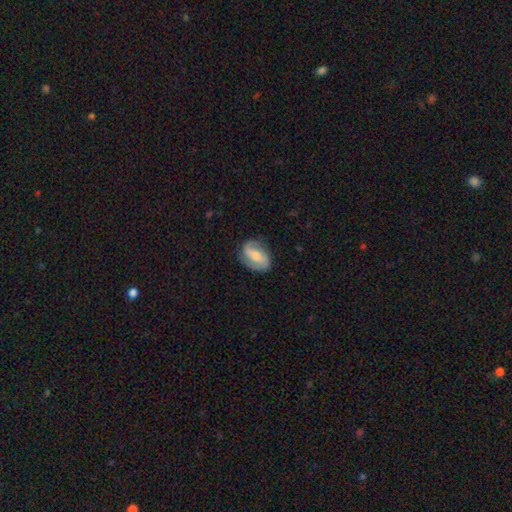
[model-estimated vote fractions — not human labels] Smooth or featured?
  - featured or disk: 70% *
  - smooth: 25%
  - star or artifact: 6%
Edge-on disk?
  - no: 96% *
  - yes: 4%
Bar?
  - weak: 40% *
  - strong: 34%
  - no: 26%
Spiral arms?
  - yes: 88% *
  - no: 12%
Spiral winding?
  - medium: 41% *
  - loose: 34%
  - tight: 25%
Spiral arm count?
  - 2: 82% *
  - 1: 7%
  - can't tell: 7%
  - 3: 1%
  - 4: 1%
  - more than 4: 1%
Bulge size?
  - moderate: 58% *
  - small: 34%
  - large: 5%
  - none: 2%
  - dominant: 1%
Merging?
  - none: 75% *
  - minor disturbance: 17%
  - major disturbance: 6%
  - merger: 1%